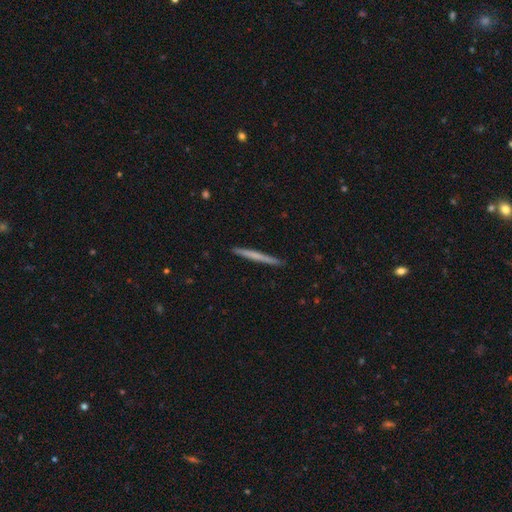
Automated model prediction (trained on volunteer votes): This appears to be a smooth galaxy with no disk features (53%) that is cigar-shaped (97%). Merging: none (92%).